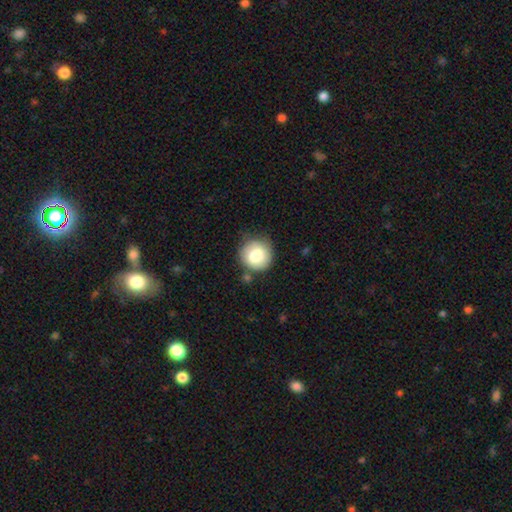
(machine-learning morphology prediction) A smooth galaxy with no disk features (81%) that is round (91%). Merging: none (75%).